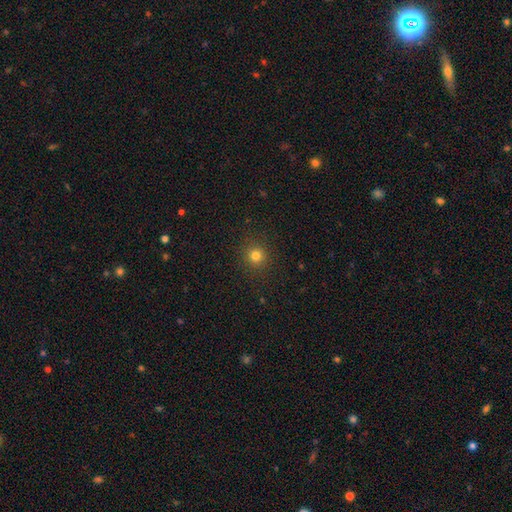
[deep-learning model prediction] Morphology: type=smooth (80%); roundness=round (93%); merging=none (91%).